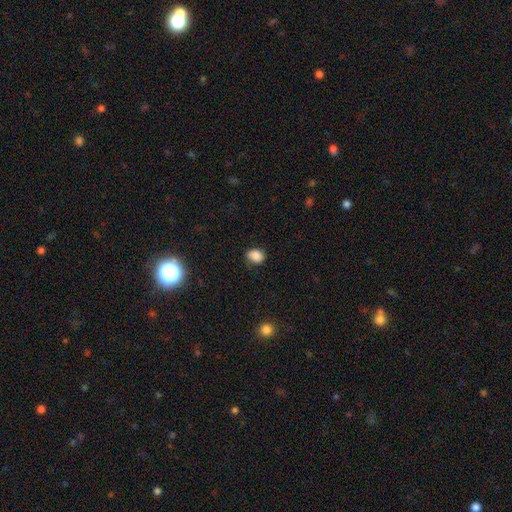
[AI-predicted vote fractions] This appears to be a smooth galaxy with no disk features (84%) that is round (51%). Merging: none (73%).